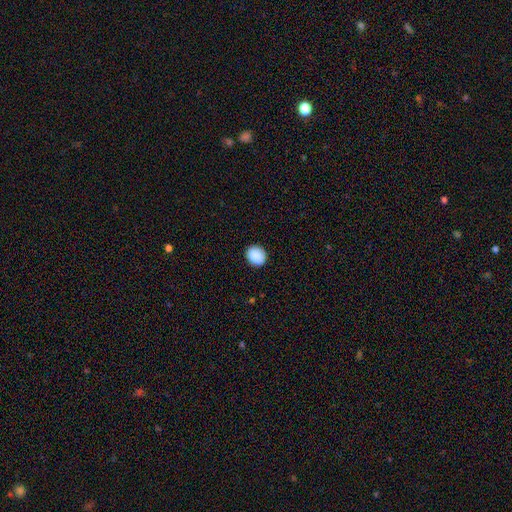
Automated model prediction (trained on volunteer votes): Overall: smooth (89%). How rounded: round (66%; in between 33%). Merging: none (89%).